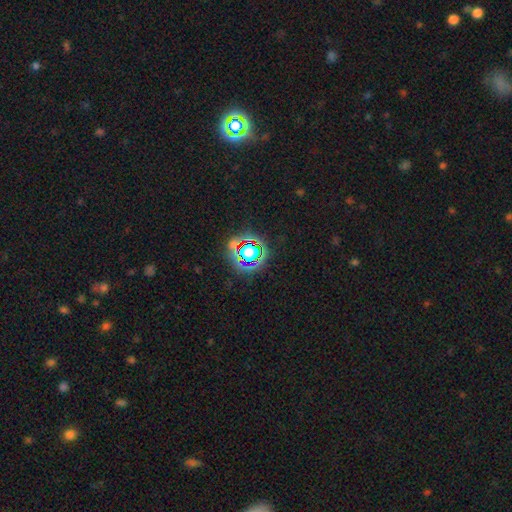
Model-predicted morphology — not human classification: The model was most divided on "smooth or featured": star or artifact: 59%, smooth: 28%, featured or disk: 13%.